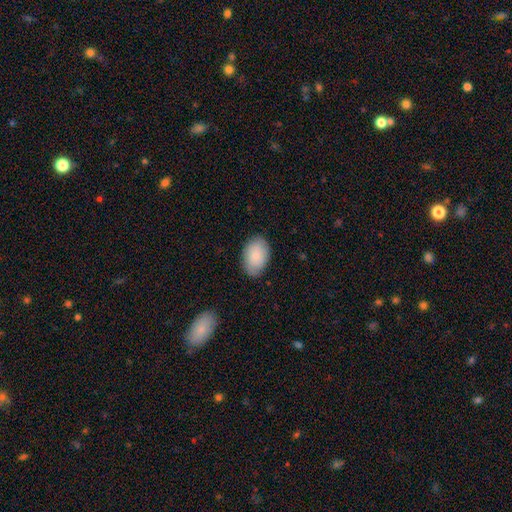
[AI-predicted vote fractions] Morphology: type=smooth (83%); roundness=in between (90%); merging=none (83%).